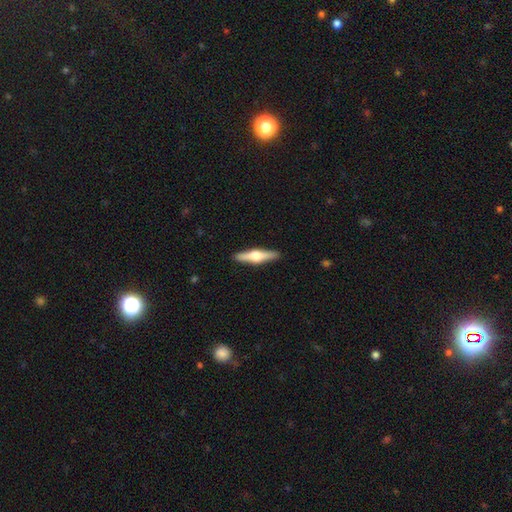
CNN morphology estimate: Overall: featured or disk (66%; smooth 29%). Edge-on disk: yes (97%). Edge-on bulge: rounded (95%). Merging: none (91%).